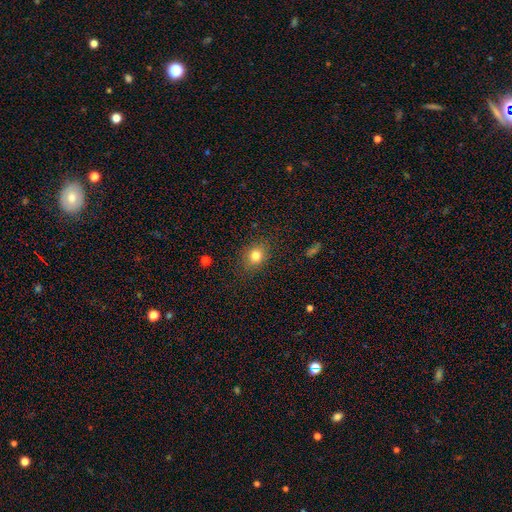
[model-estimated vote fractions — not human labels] A smooth galaxy with no disk features (80%) that is round (56%).

Vote fractions:
- Smooth or featured? smooth: 80% / star or artifact: 12% / featured or disk: 8%
- How rounded? round: 56% / in between: 42% / cigar-shaped: 1%
- Merging? none: 85% / minor disturbance: 11% / major disturbance: 3% / merger: 1%